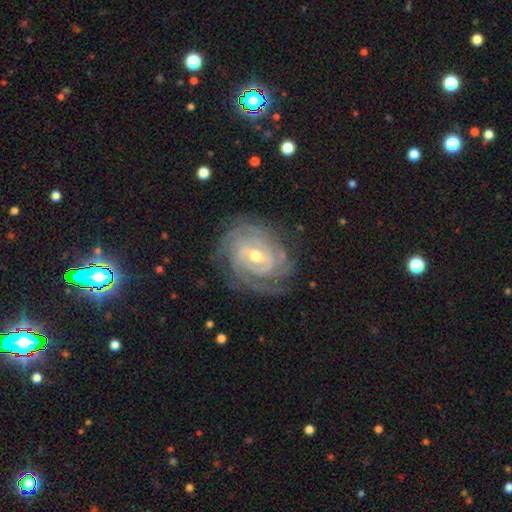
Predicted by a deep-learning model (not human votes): Overall: featured or disk (90%). Edge-on disk: no (97%). Bar: weak (45%; no 31%). Spiral arms: yes (98%). Spiral arm count: 3 (25%; can't tell 24%). Spiral winding: tight (82%). Bulge size: moderate (58%; small 38%). Merging: none (77%).